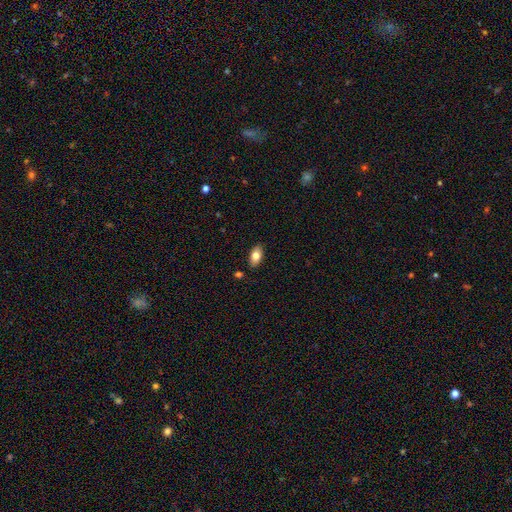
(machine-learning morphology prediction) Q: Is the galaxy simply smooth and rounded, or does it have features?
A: smooth — 78%.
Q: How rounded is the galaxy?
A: in between — 92%.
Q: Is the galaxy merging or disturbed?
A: none — 87%.